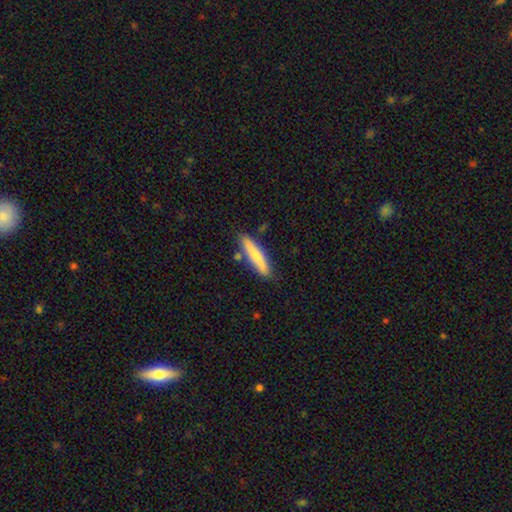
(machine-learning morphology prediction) A smooth galaxy with no disk features (71%) that is cigar-shaped (84%).

Vote fractions:
- Smooth or featured? smooth: 71% / featured or disk: 23% / star or artifact: 6%
- How rounded? cigar-shaped: 84% / in between: 15% / round: 2%
- Merging? none: 79% / minor disturbance: 13% / merger: 5% / major disturbance: 2%